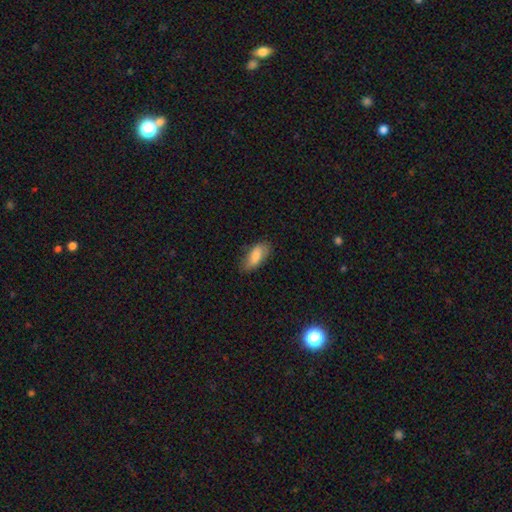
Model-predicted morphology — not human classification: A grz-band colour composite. It shows a smooth galaxy with no disk features (78%) that is in between round and cigar-shaped (85%). Merging: none (67%).